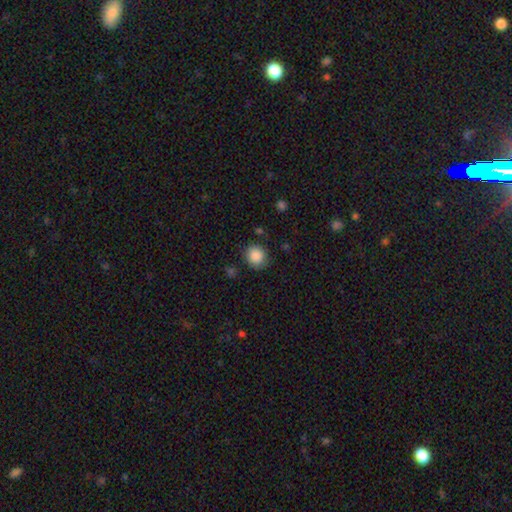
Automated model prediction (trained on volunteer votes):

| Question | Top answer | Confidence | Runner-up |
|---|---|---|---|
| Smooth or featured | smooth | 87% | star or artifact (8%) |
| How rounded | round | 87% | in between (12%) |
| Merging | none | 82% | minor disturbance (12%) |